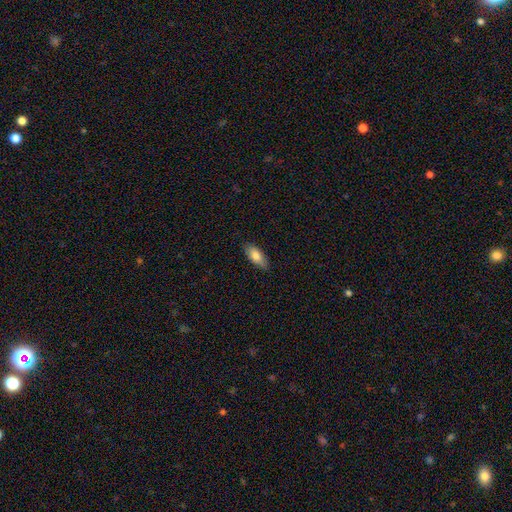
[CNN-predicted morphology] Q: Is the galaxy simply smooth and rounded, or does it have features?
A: smooth — 80%.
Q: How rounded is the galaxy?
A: in between — 85%.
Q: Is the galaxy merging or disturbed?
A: none — 86%.